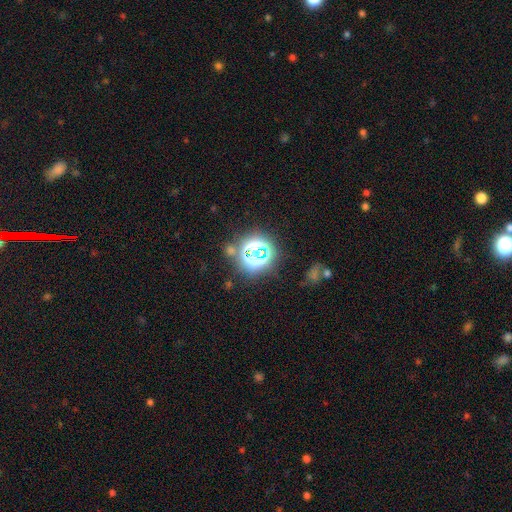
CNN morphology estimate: Smooth or featured: star or artifact — 78% (smooth — 15%)